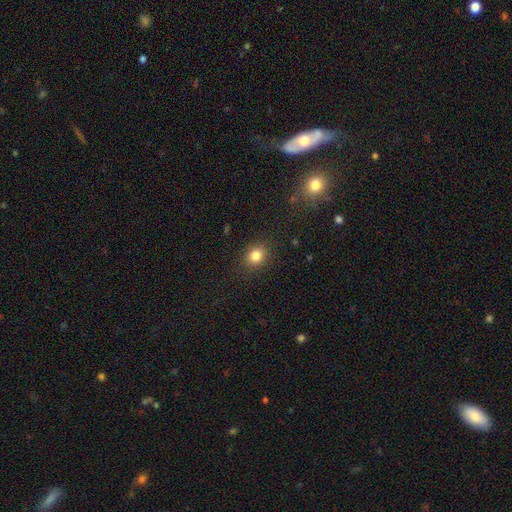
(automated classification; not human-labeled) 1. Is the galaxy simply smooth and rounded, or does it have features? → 83% smooth, 12% star or artifact, 6% featured or disk.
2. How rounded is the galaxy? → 69% round, 30% in between, 1% cigar-shaped.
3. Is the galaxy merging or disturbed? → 88% none, 8% minor disturbance, 3% major disturbance, 1% merger.